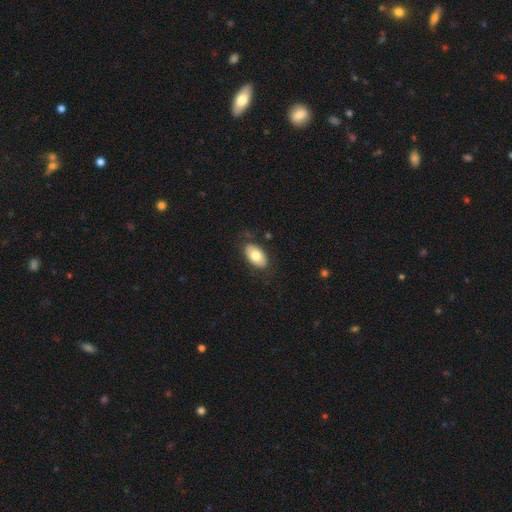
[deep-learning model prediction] Smooth or featured?
  - smooth: 76% *
  - featured or disk: 17%
  - star or artifact: 6%
How rounded?
  - in between: 94% *
  - round: 4%
  - cigar-shaped: 2%
Merging?
  - none: 82% *
  - minor disturbance: 13%
  - major disturbance: 4%
  - merger: 1%